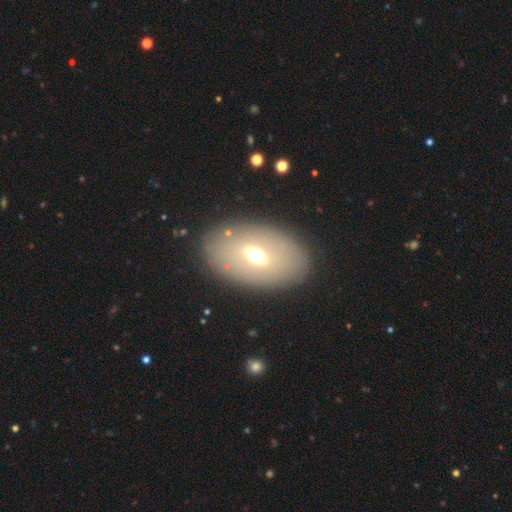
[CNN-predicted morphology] smooth-or-featured: smooth: 53% | featured or disk: 37% | star or artifact: 10%
  how-rounded: in between: 87% | round: 12% | cigar-shaped: 1%
  merging: none: 83% | minor disturbance: 10% | major disturbance: 5% | merger: 2%